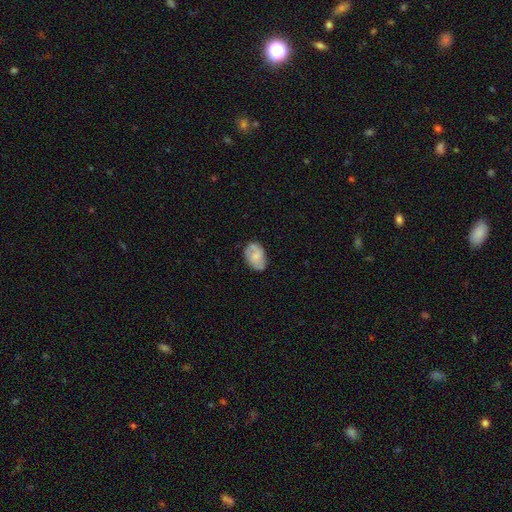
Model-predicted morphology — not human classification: A smooth galaxy with no disk features (57%) that is in between round and cigar-shaped (85%).

Vote fractions:
- Smooth or featured? smooth: 57% / featured or disk: 36% / star or artifact: 7%
- How rounded? in between: 85% / round: 14% / cigar-shaped: 1%
- Merging? none: 71% / minor disturbance: 22% / major disturbance: 5% / merger: 2%